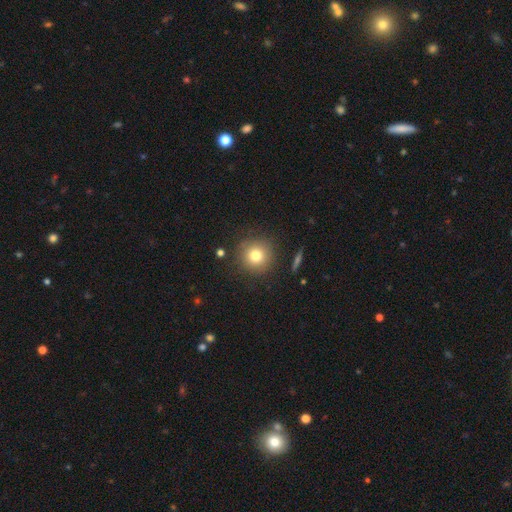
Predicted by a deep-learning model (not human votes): smooth-or-featured: smooth: 77% | star or artifact: 12% | featured or disk: 11%
  how-rounded: round: 94% | in between: 5% | cigar-shaped: 1%
  merging: none: 86% | minor disturbance: 9% | major disturbance: 3% | merger: 2%